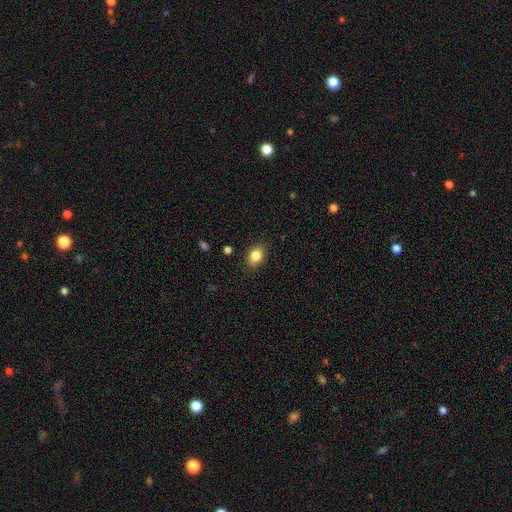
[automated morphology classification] This appears to be a smooth galaxy with no disk features (83%) that is in between round and cigar-shaped (75%). Merging: none (85%).